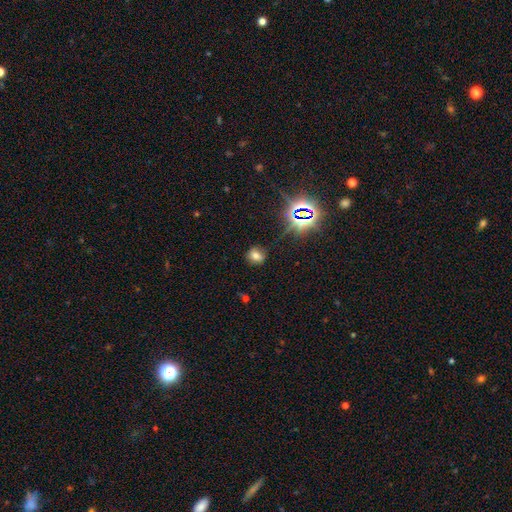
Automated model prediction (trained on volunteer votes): Q: Smooth or featured?
A: smooth (62%); runner-up: star or artifact (26%)
Q: How rounded?
A: round (58%); runner-up: in between (40%)
Q: Merging?
A: none (84%); runner-up: minor disturbance (11%)